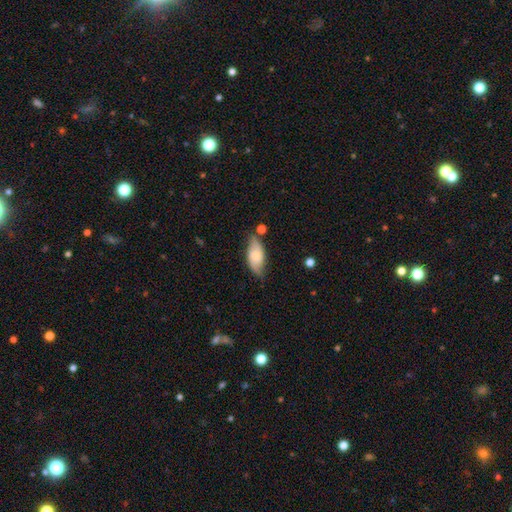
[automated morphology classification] Smooth or featured? smooth (55%)
How rounded? in between (86%)
Merging? none (66%)